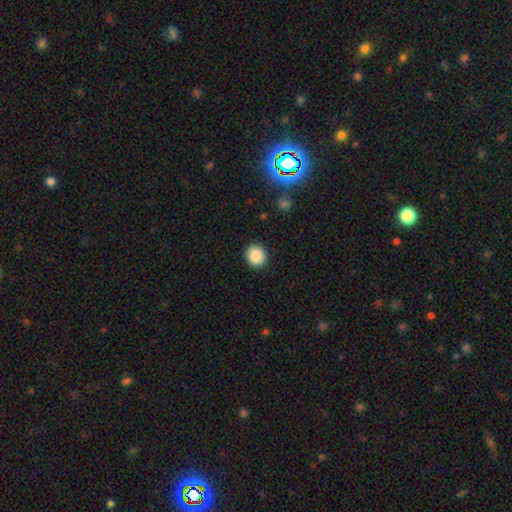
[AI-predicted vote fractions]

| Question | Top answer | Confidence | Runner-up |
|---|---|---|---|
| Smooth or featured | smooth | 87% | star or artifact (8%) |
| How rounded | round | 79% | in between (20%) |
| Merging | none | 91% | minor disturbance (6%) |